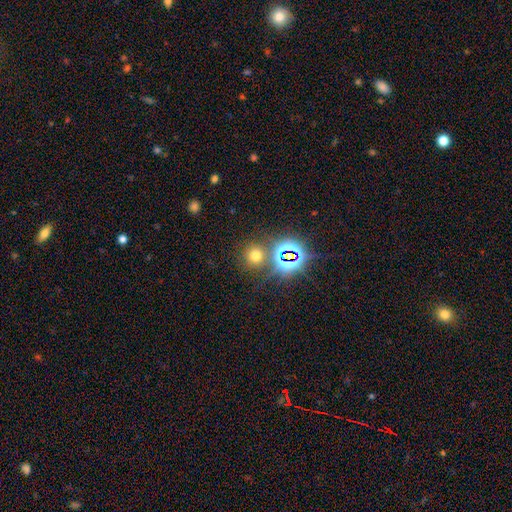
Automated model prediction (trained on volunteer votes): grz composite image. It shows a smooth galaxy with no disk features (59%) that is round (90%). Merging: none (79%).